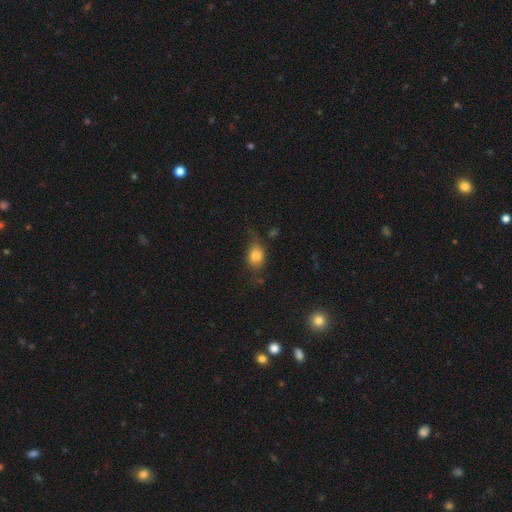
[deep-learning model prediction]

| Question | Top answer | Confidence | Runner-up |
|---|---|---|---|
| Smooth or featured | smooth | 76% | featured or disk (14%) |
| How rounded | in between | 63% | round (34%) |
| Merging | none | 47% | minor disturbance (31%) |